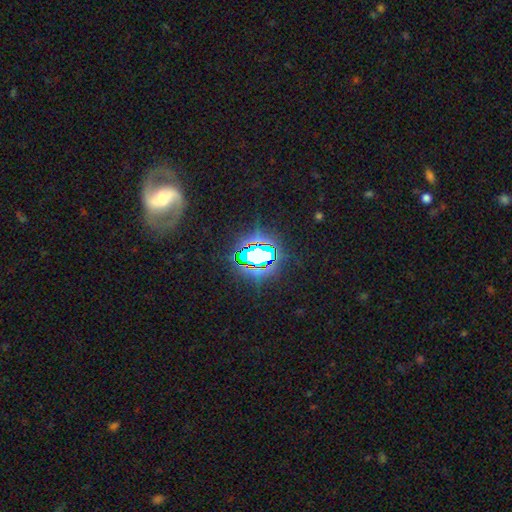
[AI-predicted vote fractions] This is likely a star or artifact rather than a galaxy (75%).